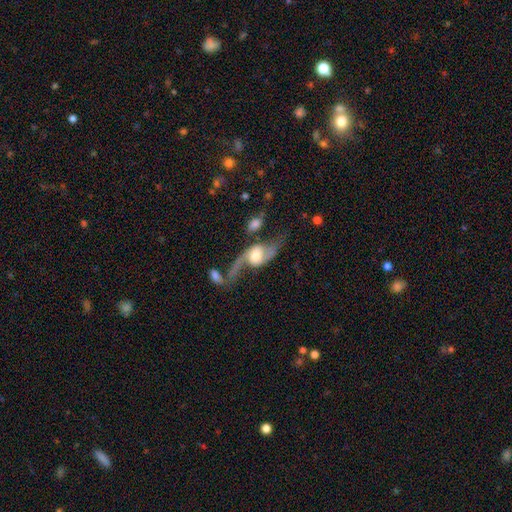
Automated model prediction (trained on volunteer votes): smooth-or-featured: featured or disk: 81% | smooth: 13% | star or artifact: 6%
  disk-edge-on: no: 92% | yes: 8%
    bar: no: 47% | weak: 38% | strong: 15%
    has-spiral-arms: yes: 91% | no: 9%
      spiral-winding: loose: 82% | medium: 14% | tight: 4%
      spiral-arm-count: 2: 90% | 1: 5% | can't tell: 3% | 3: 1% | 4: 1% | more than 4: 1%
    bulge-size: moderate: 50% | large: 29% | small: 14% | dominant: 4% | none: 4%
  merging: none: 39% | major disturbance: 22% | merger: 21% | minor disturbance: 17%